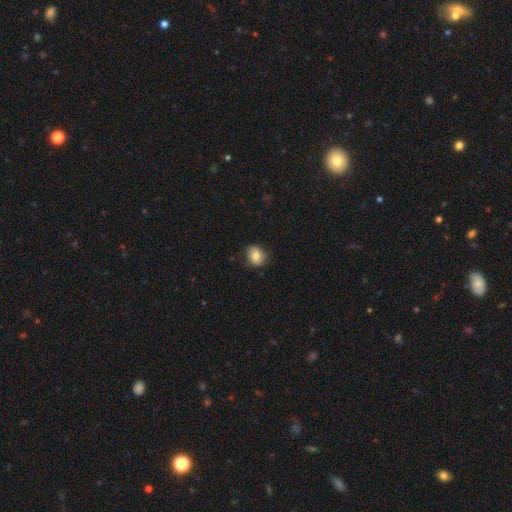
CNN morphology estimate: smooth-or-featured: smooth: 78% | featured or disk: 14% | star or artifact: 9%
  how-rounded: round: 61% | in between: 38% | cigar-shaped: 1%
  merging: none: 79% | minor disturbance: 16% | major disturbance: 3% | merger: 1%